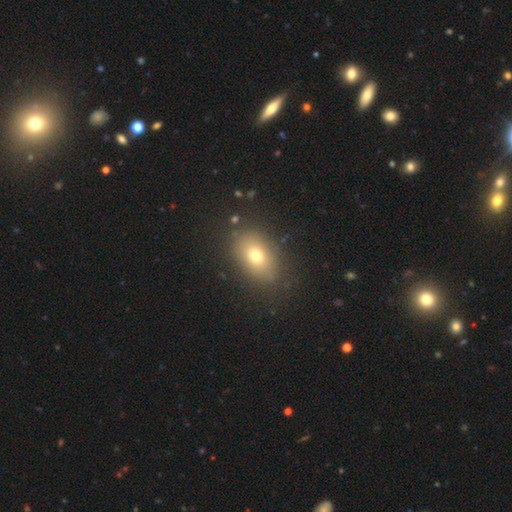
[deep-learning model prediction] Smooth or featured? smooth (74%)
How rounded? in between (80%)
Merging? none (81%)